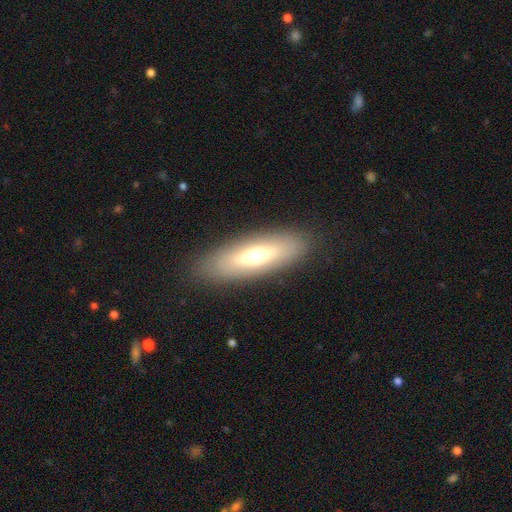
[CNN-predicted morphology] A smooth galaxy with no disk features (56%) that is in between round and cigar-shaped (54%). Merging: none (87%).